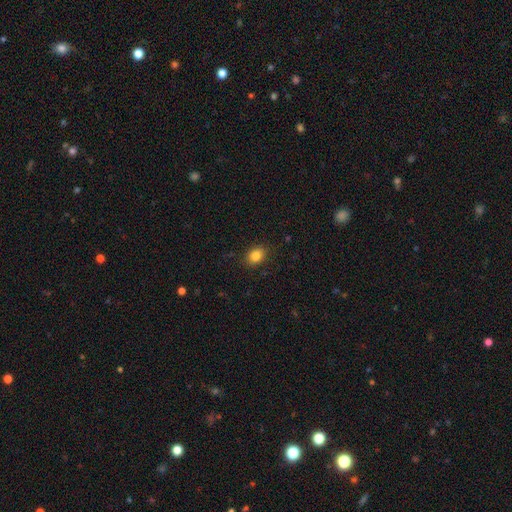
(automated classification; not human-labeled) smooth 84%, star or artifact 10%, featured or disk 6%. Down the decision tree: how rounded — in between (60%); merging — none (88%).